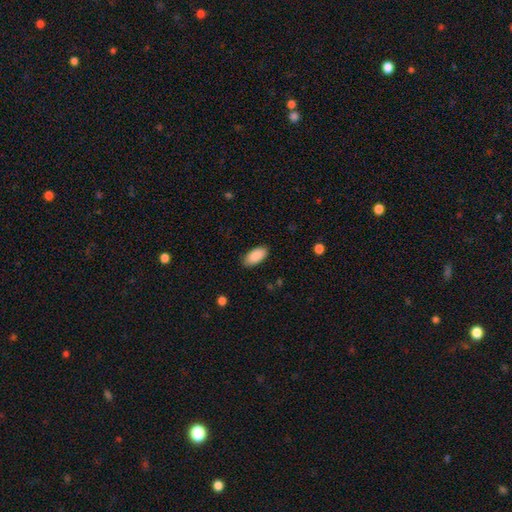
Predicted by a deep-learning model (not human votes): smooth-or-featured: smooth: 90% | star or artifact: 6% | featured or disk: 4%
  how-rounded: in between: 93% | cigar-shaped: 5% | round: 2%
  merging: none: 86% | minor disturbance: 10% | major disturbance: 2% | merger: 1%